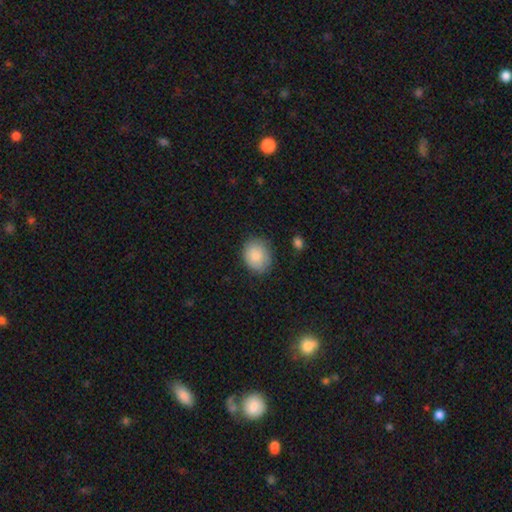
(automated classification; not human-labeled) Smooth or featured? Predicted: smooth (p=0.85). How rounded? Predicted: round (p=0.53). Merging? Predicted: none (p=0.77).